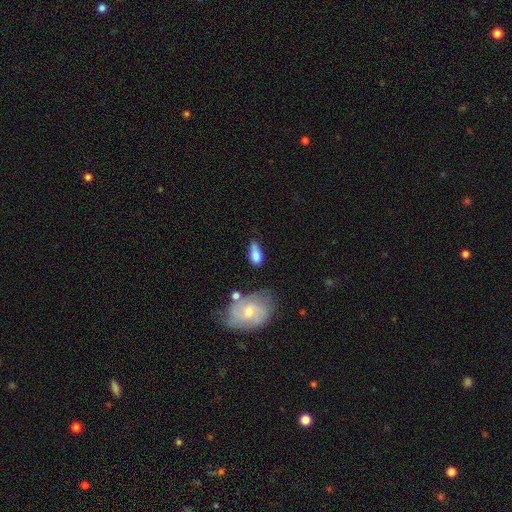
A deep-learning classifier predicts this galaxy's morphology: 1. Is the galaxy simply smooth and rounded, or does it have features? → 73% smooth, 19% featured or disk, 8% star or artifact.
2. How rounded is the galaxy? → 84% in between, 8% round, 8% cigar-shaped.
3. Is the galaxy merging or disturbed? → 42% none, 32% minor disturbance, 14% major disturbance, 12% merger.